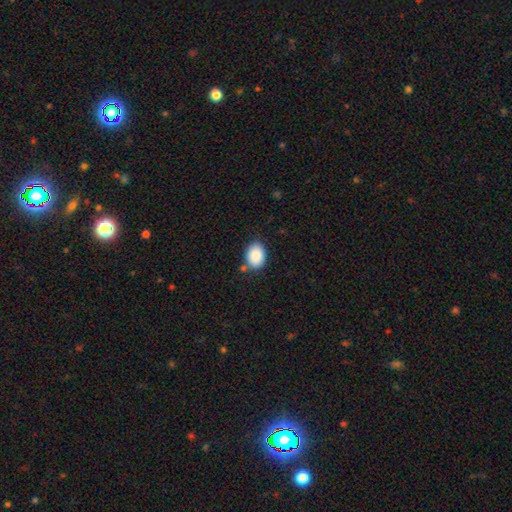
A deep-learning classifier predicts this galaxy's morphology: Smooth or featured? smooth (89%)
How rounded? in between (72%)
Merging? none (78%)